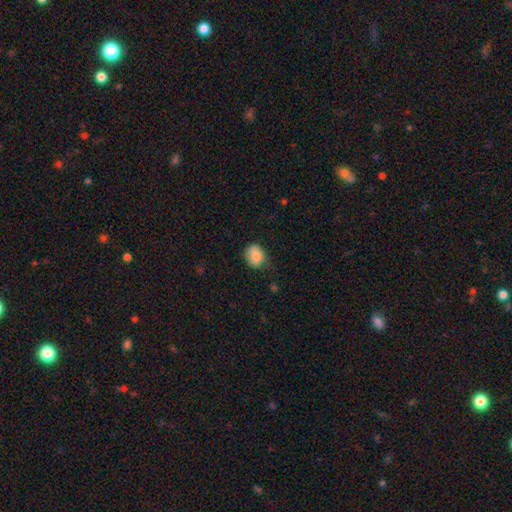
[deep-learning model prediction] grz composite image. It shows a smooth galaxy with no disk features (85%) that is in between round and cigar-shaped (54%). Merging: none (56%).